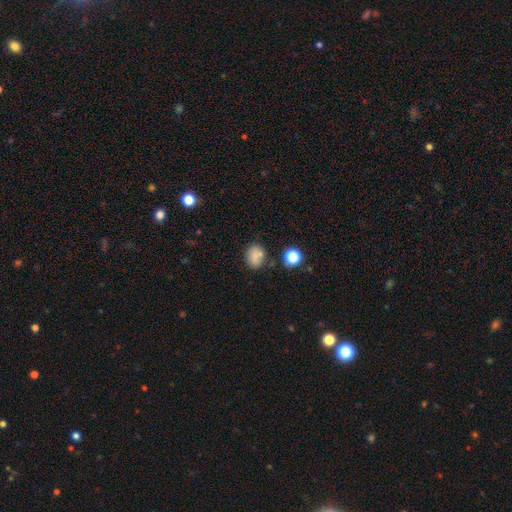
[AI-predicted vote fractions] Smooth or featured?
  - smooth: 76% *
  - star or artifact: 13%
  - featured or disk: 11%
How rounded?
  - round: 52% *
  - in between: 47%
  - cigar-shaped: 1%
Merging?
  - none: 65% *
  - minor disturbance: 17%
  - merger: 13%
  - major disturbance: 5%